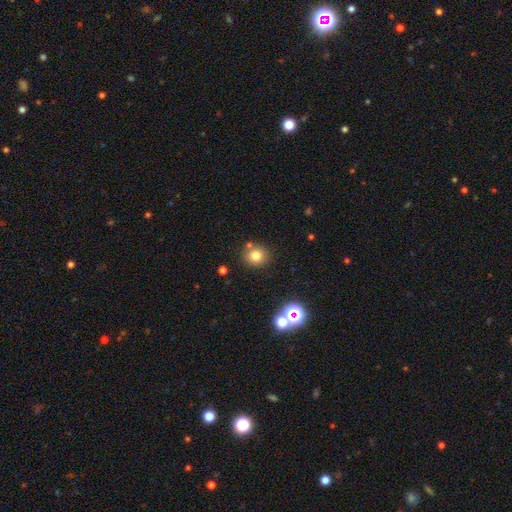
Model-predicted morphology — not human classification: Smooth or featured: smooth — 78% (star or artifact — 14%)
How rounded: round — 87% (in between — 12%)
Merging: none — 77% (merger — 10%)